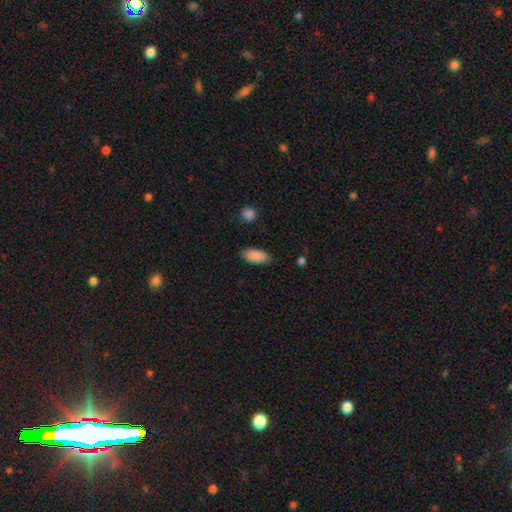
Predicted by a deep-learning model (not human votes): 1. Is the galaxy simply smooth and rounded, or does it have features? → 90% smooth, 6% star or artifact, 4% featured or disk.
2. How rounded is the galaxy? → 88% in between, 10% cigar-shaped, 2% round.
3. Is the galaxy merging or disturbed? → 86% none, 10% minor disturbance, 2% major disturbance, 1% merger.